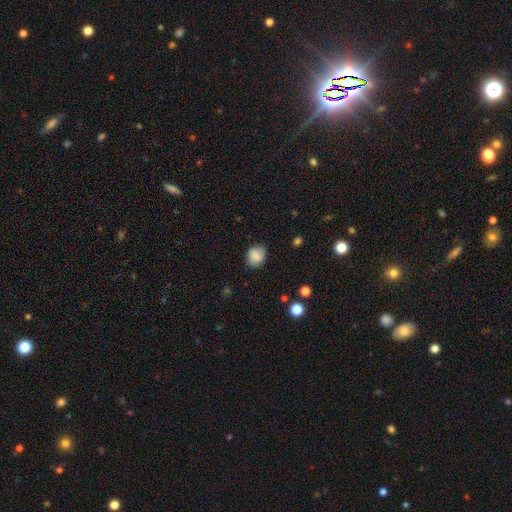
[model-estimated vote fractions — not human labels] This appears to be a smooth galaxy with no disk features (82%) that is round (61%). Merging: none (80%).